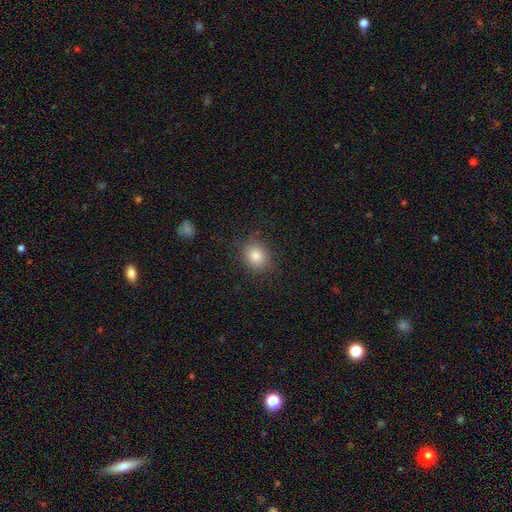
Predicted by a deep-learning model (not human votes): The model was most divided on "how rounded": round: 69%, in between: 30%, cigar-shaped: 1%. More confident: merging — none (86%); smooth or featured — smooth (83%).